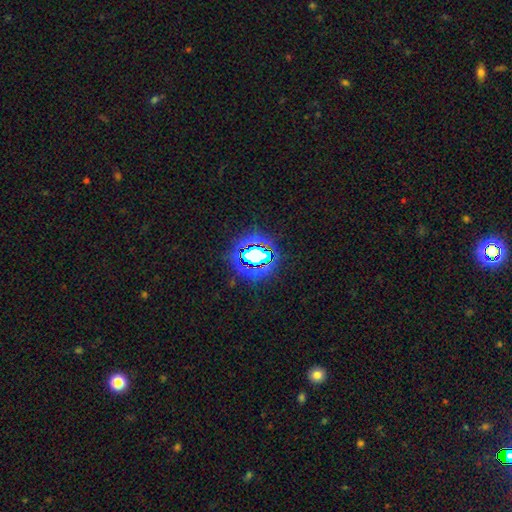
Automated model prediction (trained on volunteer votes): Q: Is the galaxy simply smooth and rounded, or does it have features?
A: star or artifact — 67%.